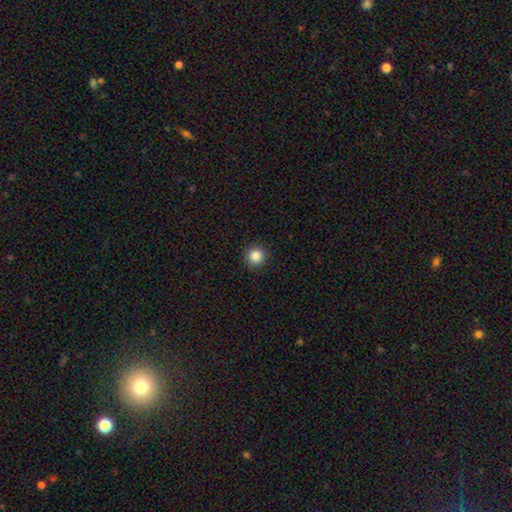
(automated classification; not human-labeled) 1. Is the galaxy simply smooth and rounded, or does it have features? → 85% smooth, 11% star or artifact, 4% featured or disk.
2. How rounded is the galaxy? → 94% round, 5% in between, 1% cigar-shaped.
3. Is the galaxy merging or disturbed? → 93% none, 5% minor disturbance, 2% major disturbance, 1% merger.